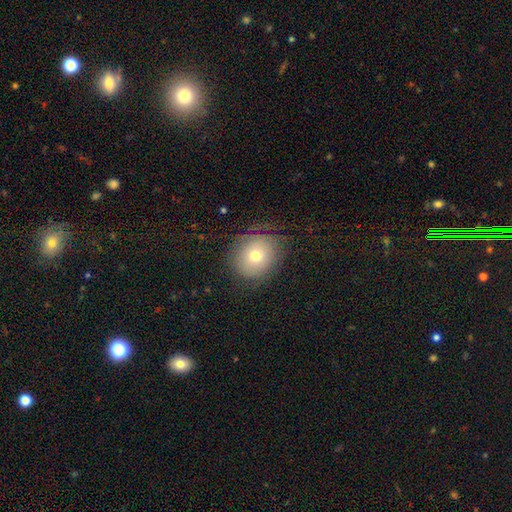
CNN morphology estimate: Smooth or featured: smooth — 64% (featured or disk — 24%)
How rounded: round — 69% (in between — 30%)
Merging: none — 72% (minor disturbance — 18%)